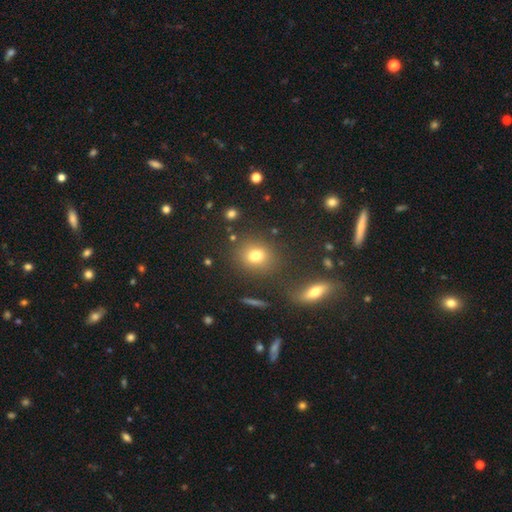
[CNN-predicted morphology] A smooth galaxy with no disk features (75%) that is round (67%).

Vote fractions:
- Smooth or featured? smooth: 75% / star or artifact: 16% / featured or disk: 9%
- How rounded? round: 67% / in between: 31% / cigar-shaped: 2%
- Merging? none: 79% / minor disturbance: 10% / merger: 7% / major disturbance: 4%